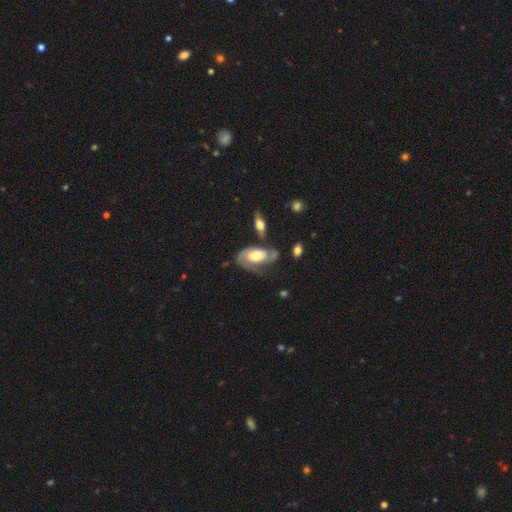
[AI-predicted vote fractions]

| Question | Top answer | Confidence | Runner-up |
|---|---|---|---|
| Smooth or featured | featured or disk | 70% | smooth (24%) |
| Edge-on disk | no | 94% | yes (6%) |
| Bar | no | 62% | weak (29%) |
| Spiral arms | yes | 86% | no (14%) |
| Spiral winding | medium | 43% | tight (37%) |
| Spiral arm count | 2 | 68% | 1 (14%) |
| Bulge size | large | 47% | moderate (37%) |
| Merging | none | 45% | minor disturbance (24%) |